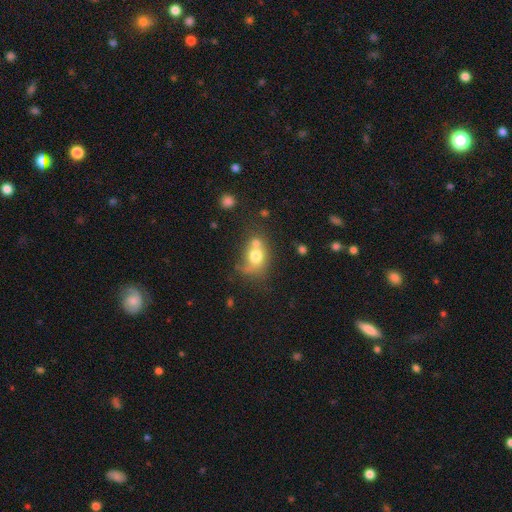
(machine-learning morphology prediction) Smooth or featured? Predicted: smooth (p=0.70). How rounded? Predicted: round (p=0.51). Merging? Predicted: merger (p=0.41).